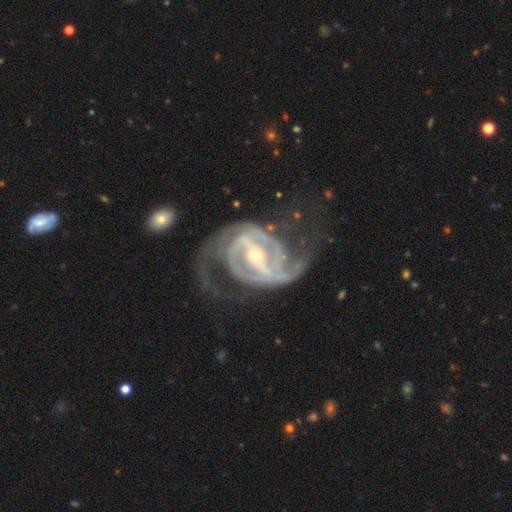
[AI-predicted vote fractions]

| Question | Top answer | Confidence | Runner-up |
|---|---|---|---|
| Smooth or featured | featured or disk | 92% | star or artifact (4%) |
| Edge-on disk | no | 97% | yes (3%) |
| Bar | strong | 67% | weak (25%) |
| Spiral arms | yes | 97% | no (3%) |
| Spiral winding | medium | 51% | tight (29%) |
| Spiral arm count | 2 | 76% | 3 (8%) |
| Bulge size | small | 71% | moderate (26%) |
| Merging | none | 53% | major disturbance (26%) |